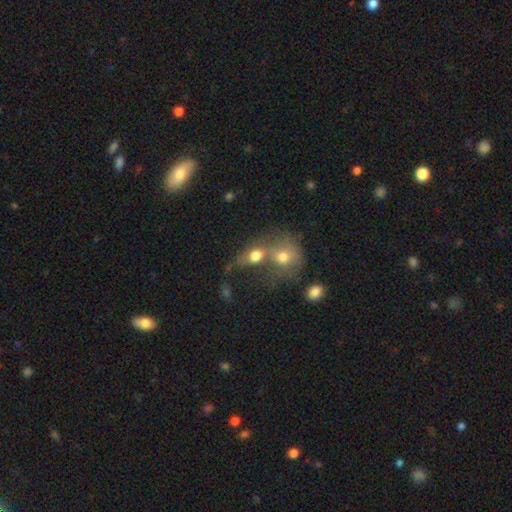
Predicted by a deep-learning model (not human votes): Smooth or featured: smooth — 72% (featured or disk — 16%)
How rounded: in between — 56% (round — 41%)
Merging: merger — 61% (none — 23%)